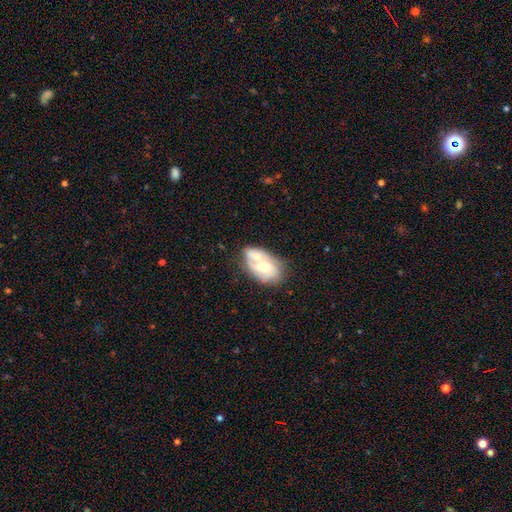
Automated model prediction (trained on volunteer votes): This appears to be a featured or disk galaxy (53%) with no bar (59%), no spiral arms (52%) and a moderate central bulge (54%). Merging: merger (40%).